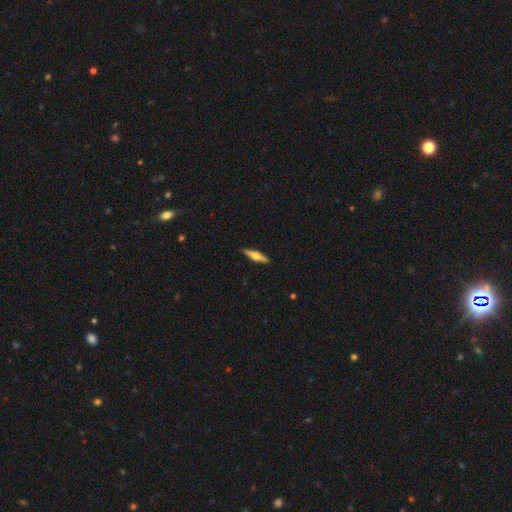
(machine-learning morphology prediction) Smooth or featured? featured or disk (59%)
Edge-on disk? yes (96%)
Edge-on bulge? rounded (89%)
Merging? none (90%)